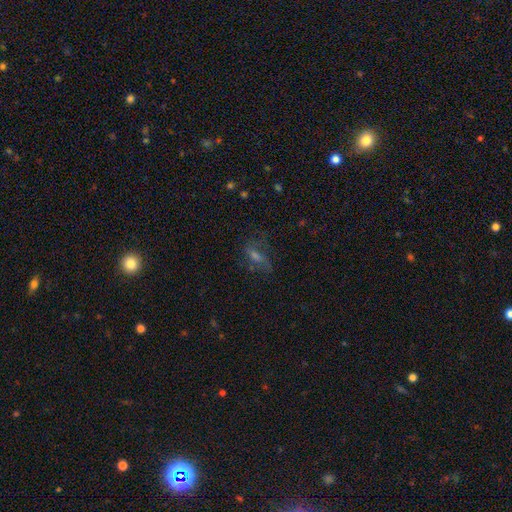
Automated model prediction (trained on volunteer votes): A featured or disk galaxy (43%). Merging: none (55%).